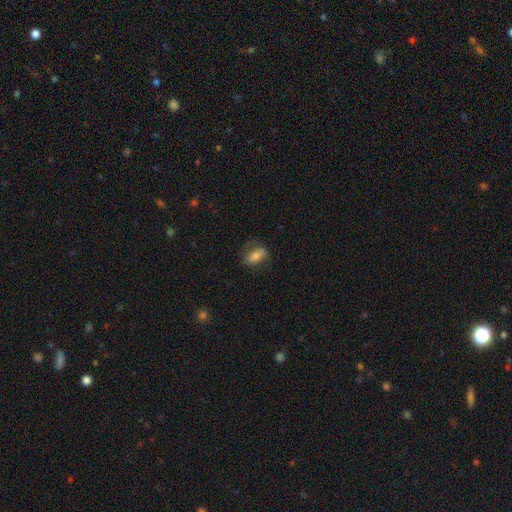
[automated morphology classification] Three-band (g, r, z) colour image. It shows a smooth galaxy with no disk features (71%) that is in between round and cigar-shaped (83%). Merging: none (72%).